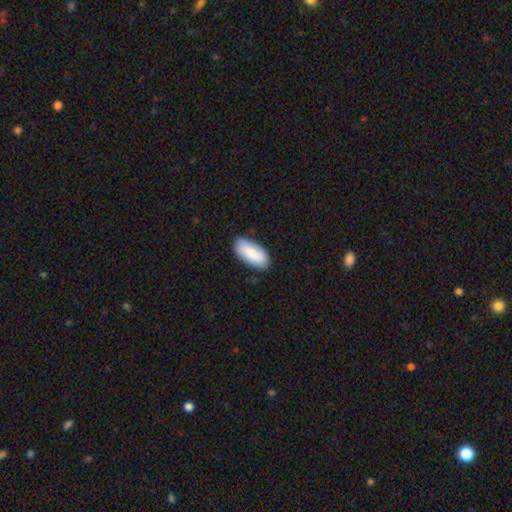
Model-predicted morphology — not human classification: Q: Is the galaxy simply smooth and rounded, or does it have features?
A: smooth — 84%.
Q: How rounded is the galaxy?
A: in between — 91%.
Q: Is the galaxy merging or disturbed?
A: none — 85%.